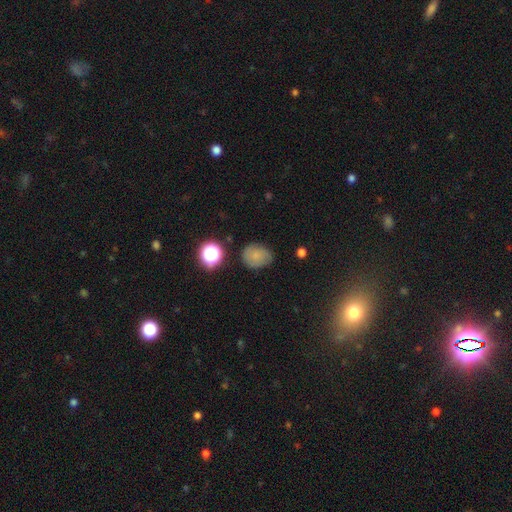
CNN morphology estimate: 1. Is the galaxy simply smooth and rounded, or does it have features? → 71% smooth, 16% featured or disk, 14% star or artifact.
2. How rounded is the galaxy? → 55% round, 44% in between, 1% cigar-shaped.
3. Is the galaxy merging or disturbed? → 67% none, 24% minor disturbance, 6% major disturbance, 2% merger.